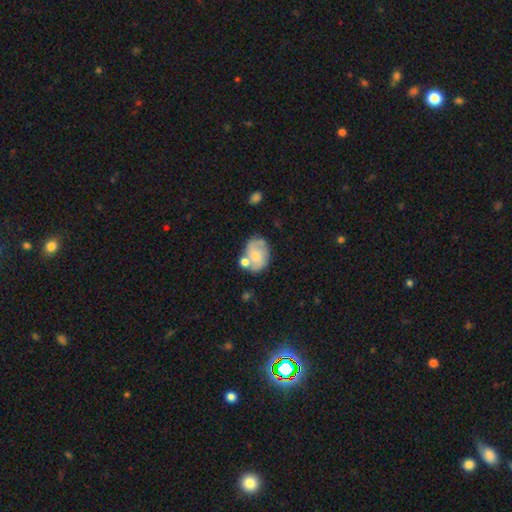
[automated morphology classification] Smooth or featured? smooth (48%)
Merging? none (48%)